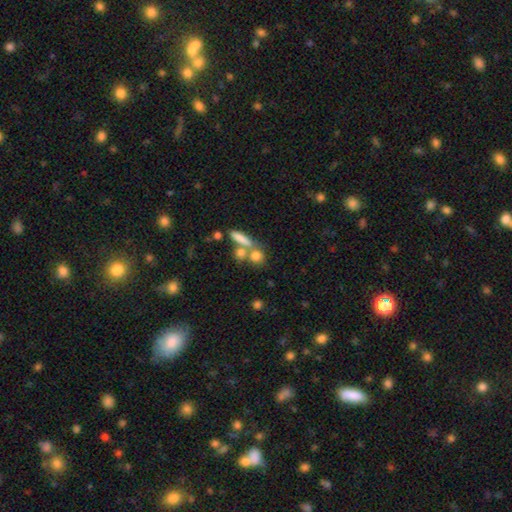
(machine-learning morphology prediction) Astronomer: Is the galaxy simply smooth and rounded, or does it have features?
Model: smooth — 75%.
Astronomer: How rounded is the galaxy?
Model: round — 66%.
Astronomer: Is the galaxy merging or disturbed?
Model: none — 54% (runner-up: merger, 32%).